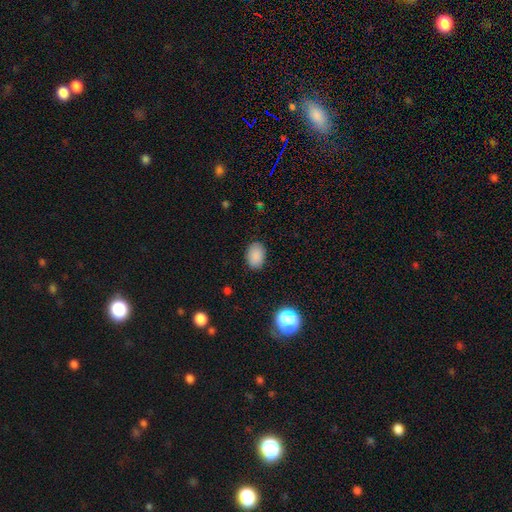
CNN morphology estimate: Smooth or featured: smooth — 87% (star or artifact — 9%)
How rounded: in between — 80% (round — 19%)
Merging: none — 86% (minor disturbance — 11%)